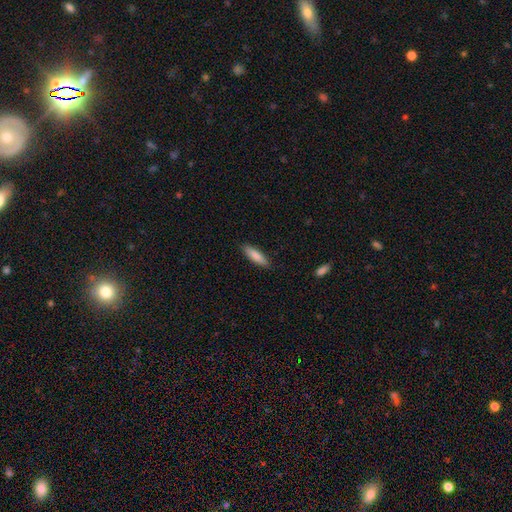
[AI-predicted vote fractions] Q: Smooth or featured?
A: smooth (84%); runner-up: featured or disk (10%)
Q: How rounded?
A: cigar-shaped (64%); runner-up: in between (35%)
Q: Merging?
A: none (89%); runner-up: minor disturbance (8%)